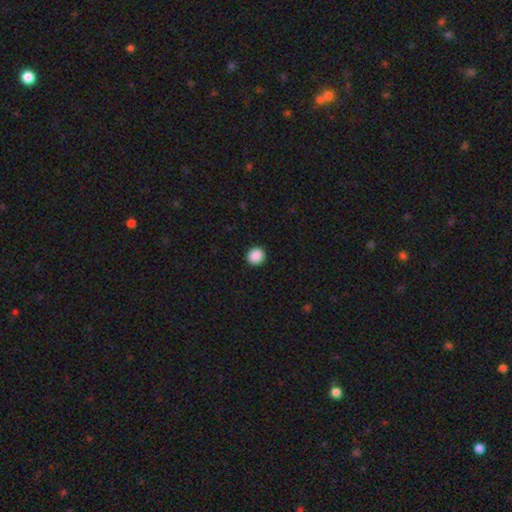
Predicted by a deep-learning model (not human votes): Smooth or featured: smooth — 89% (star or artifact — 9%)
How rounded: round — 89% (in between — 10%)
Merging: none — 93% (minor disturbance — 5%)